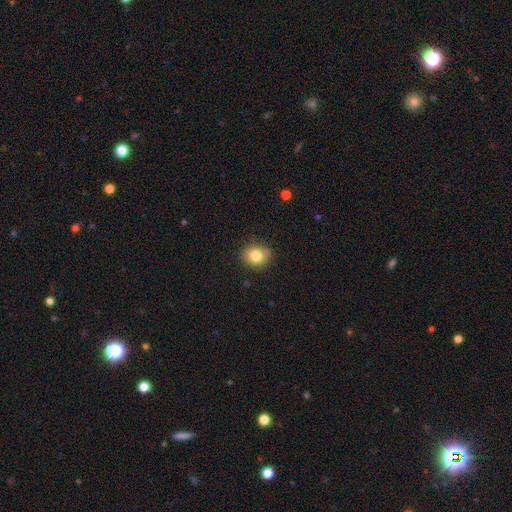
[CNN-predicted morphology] smooth_or_featured: smooth (p=0.81) [alt: star or artifact p=0.10]
how_rounded: round (p=0.67) [alt: in between p=0.32]
merging: none (p=0.82) [alt: minor disturbance p=0.14]